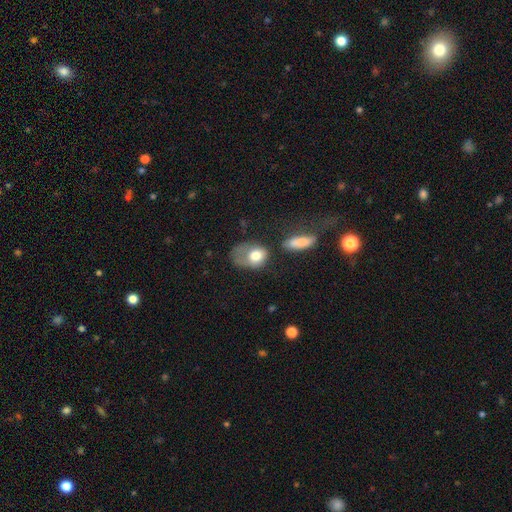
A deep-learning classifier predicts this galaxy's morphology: A smooth galaxy with no disk features (70%) that is in between round and cigar-shaped (69%).

Vote fractions:
- Smooth or featured? smooth: 70% / featured or disk: 22% / star or artifact: 8%
- How rounded? in between: 69% / round: 30% / cigar-shaped: 2%
- Merging? major disturbance: 45% / minor disturbance: 23% / none: 19% / merger: 12%